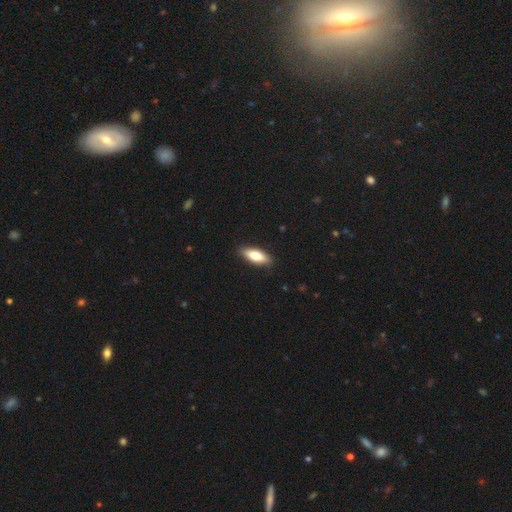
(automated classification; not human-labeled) smooth 76%, featured or disk 18%, star or artifact 6%. Down the decision tree: how rounded — in between (69%); merging — none (89%).